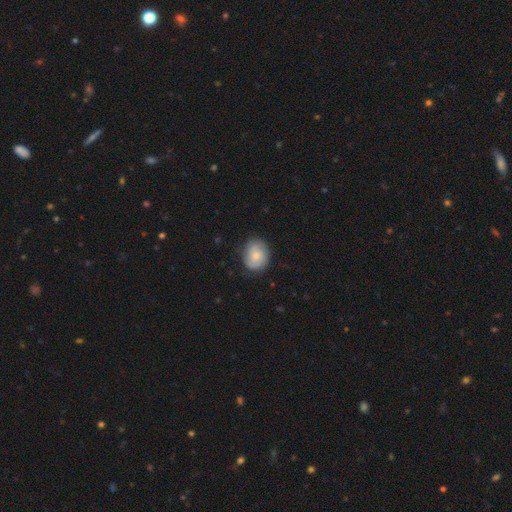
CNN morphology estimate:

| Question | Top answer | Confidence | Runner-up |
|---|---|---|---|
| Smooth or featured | smooth | 59% | featured or disk (35%) |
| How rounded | round | 56% | in between (43%) |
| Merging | none | 78% | minor disturbance (17%) |